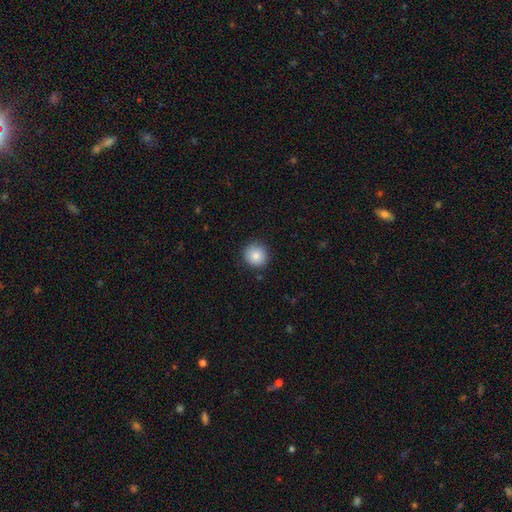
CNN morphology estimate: smooth-or-featured: smooth: 86% | star or artifact: 8% | featured or disk: 6%
  how-rounded: round: 93% | in between: 6% | cigar-shaped: 1%
  merging: none: 89% | minor disturbance: 8% | major disturbance: 2% | merger: 1%